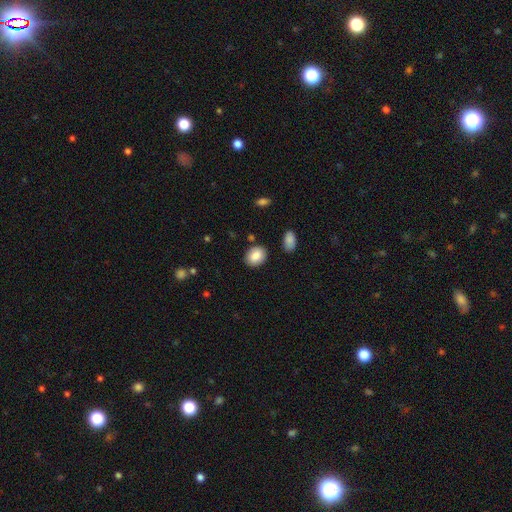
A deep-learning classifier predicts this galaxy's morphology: Overall: smooth (86%). How rounded: in between (55%; round 44%). Merging: none (85%).